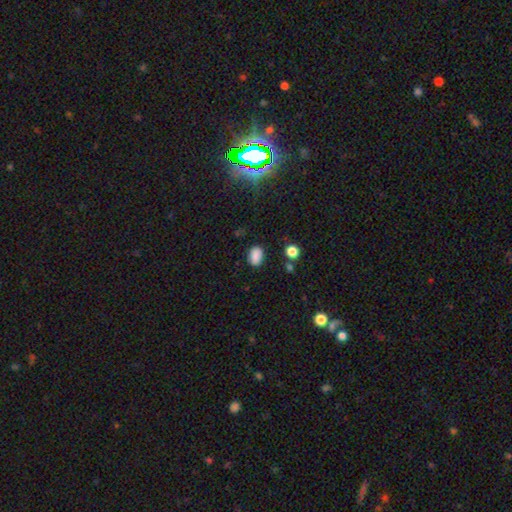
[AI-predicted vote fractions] Smooth or featured? smooth (86%)
How rounded? in between (80%)
Merging? none (81%)